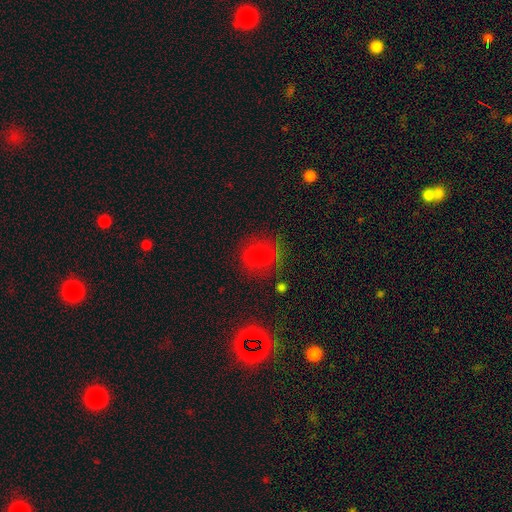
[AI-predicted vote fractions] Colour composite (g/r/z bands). It shows a smooth galaxy with no disk features (46%). Merging: none (65%).